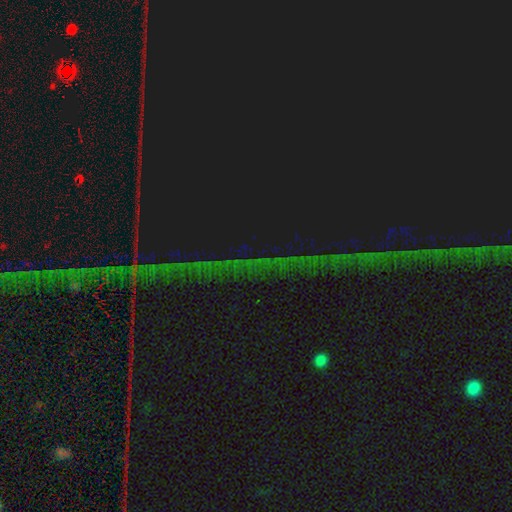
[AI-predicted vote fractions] This is clearly a star or artifact rather than a galaxy (82%).